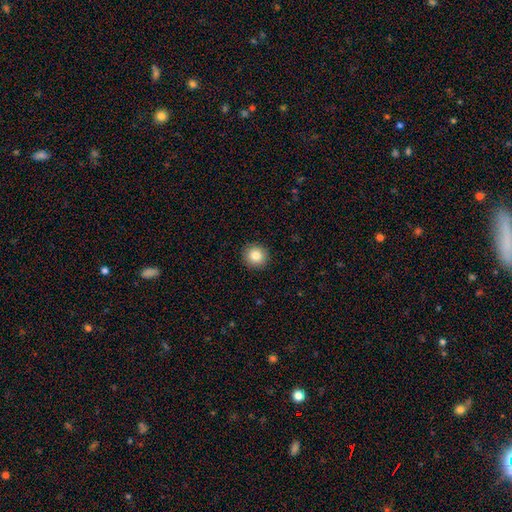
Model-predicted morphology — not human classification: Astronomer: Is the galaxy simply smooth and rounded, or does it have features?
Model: smooth — 83%.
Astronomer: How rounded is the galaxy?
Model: round — 93%.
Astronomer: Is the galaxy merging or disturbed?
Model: none — 92%.